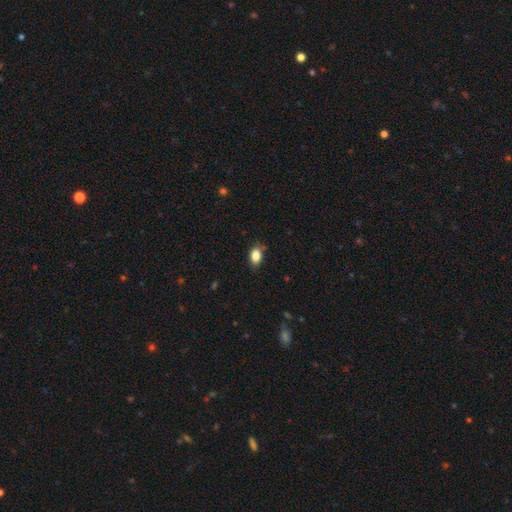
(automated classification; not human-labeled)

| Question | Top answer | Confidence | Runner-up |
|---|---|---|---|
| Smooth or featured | smooth | 85% | star or artifact (9%) |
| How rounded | in between | 86% | round (12%) |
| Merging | none | 78% | minor disturbance (18%) |